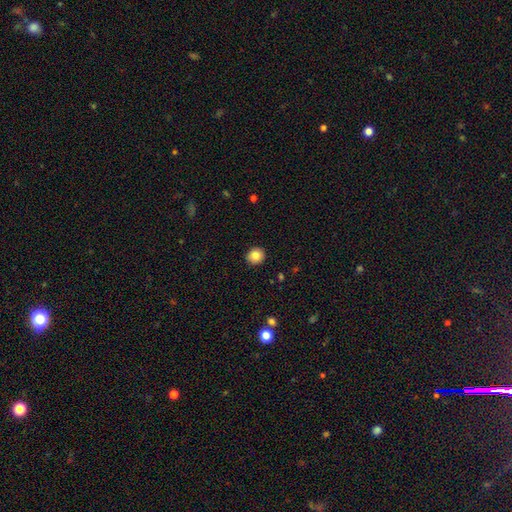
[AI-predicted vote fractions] Smooth or featured: smooth — 83% (star or artifact — 9%)
How rounded: round — 84% (in between — 15%)
Merging: none — 91% (minor disturbance — 6%)